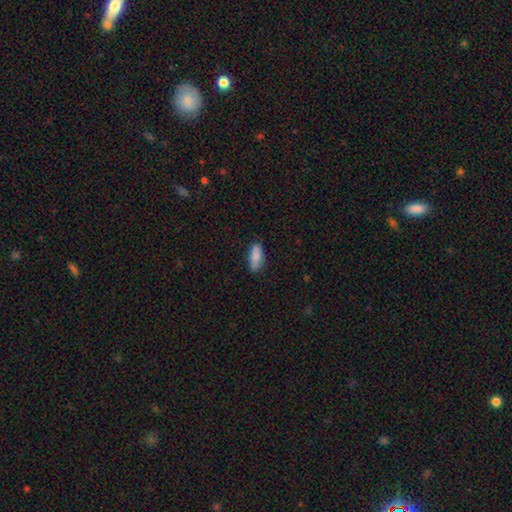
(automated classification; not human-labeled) A smooth galaxy with no disk features (86%) that is in between round and cigar-shaped (76%). Merging: none (82%).